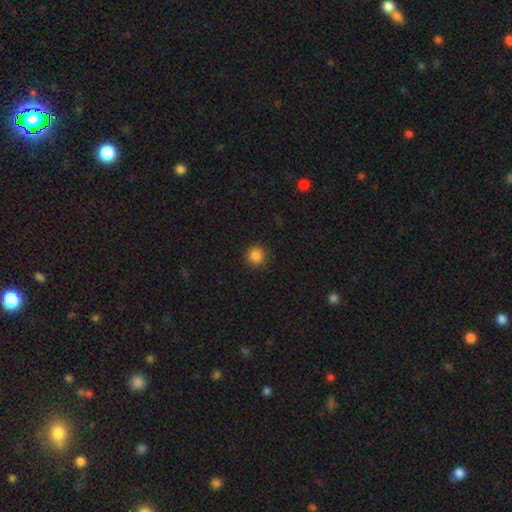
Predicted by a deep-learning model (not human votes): A smooth galaxy with no disk features (85%) that is round (94%). Merging: none (91%).